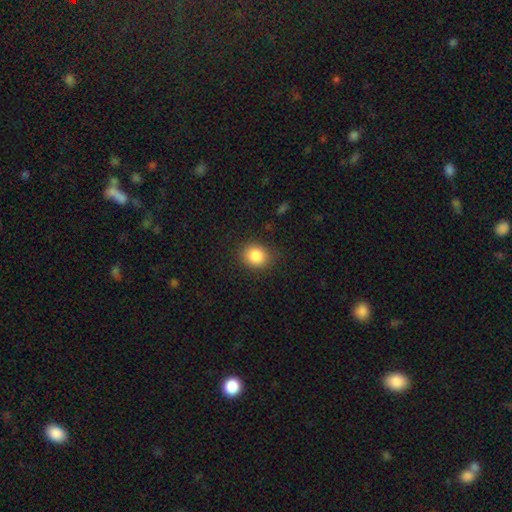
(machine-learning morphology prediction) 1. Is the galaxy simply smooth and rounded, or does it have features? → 85% smooth, 10% star or artifact, 5% featured or disk.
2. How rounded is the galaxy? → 76% round, 23% in between, 1% cigar-shaped.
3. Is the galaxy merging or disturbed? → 85% none, 11% minor disturbance, 3% major disturbance, 1% merger.